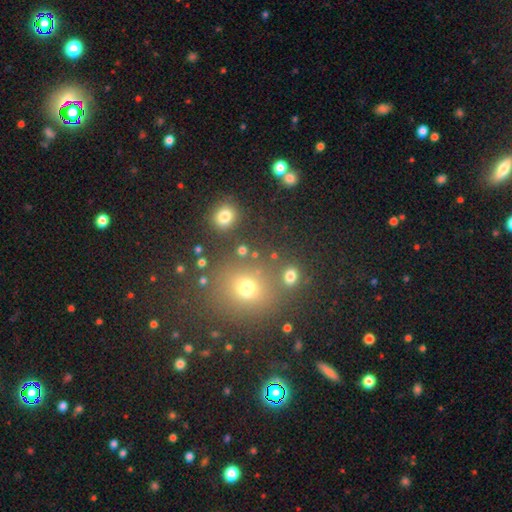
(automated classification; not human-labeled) Overall: smooth (64%; star or artifact 27%). How rounded: round (78%). Merging: none (77%).